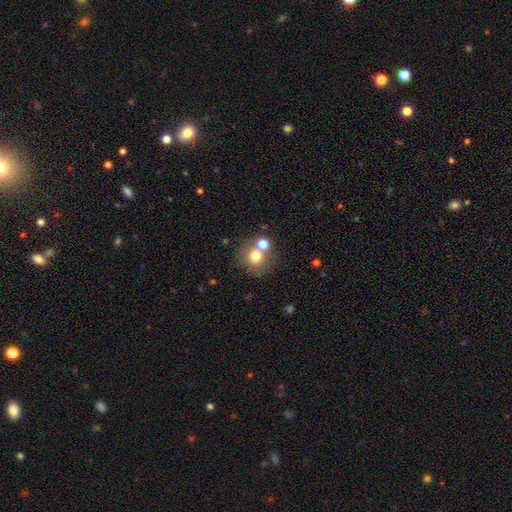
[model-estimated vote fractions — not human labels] This is likely a smooth galaxy (71%). How rounded: clearly round (85%). Merging: likely none (60%).